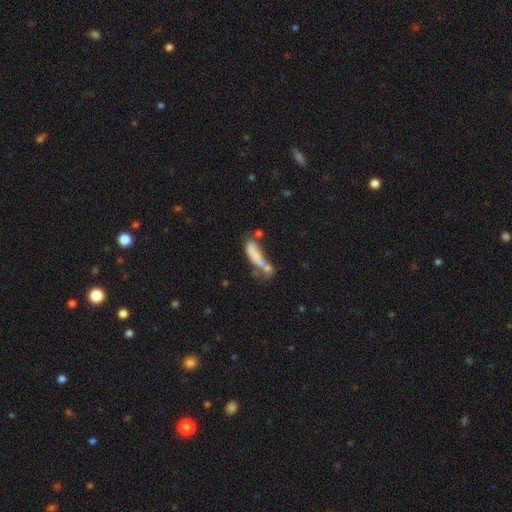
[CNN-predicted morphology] A smooth galaxy with no disk features (67%) that is cigar-shaped (65%).

Vote fractions:
- Smooth or featured? smooth: 67% / featured or disk: 22% / star or artifact: 10%
- How rounded? cigar-shaped: 65% / in between: 32% / round: 2%
- Merging? merger: 35% / none: 29% / major disturbance: 18% / minor disturbance: 17%